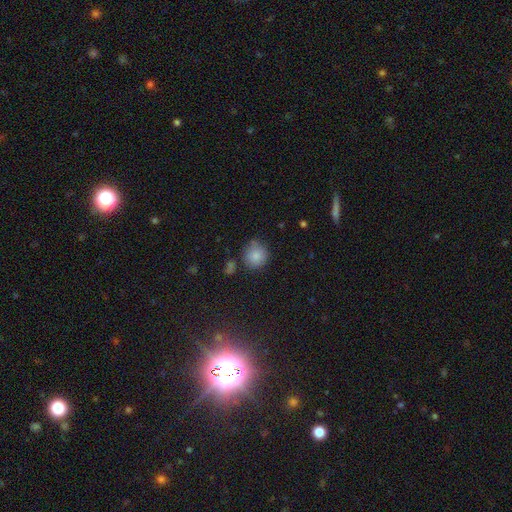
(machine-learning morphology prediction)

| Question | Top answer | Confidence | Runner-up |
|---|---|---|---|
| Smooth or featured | smooth | 84% | star or artifact (10%) |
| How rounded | round | 88% | in between (11%) |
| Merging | none | 72% | minor disturbance (17%) |